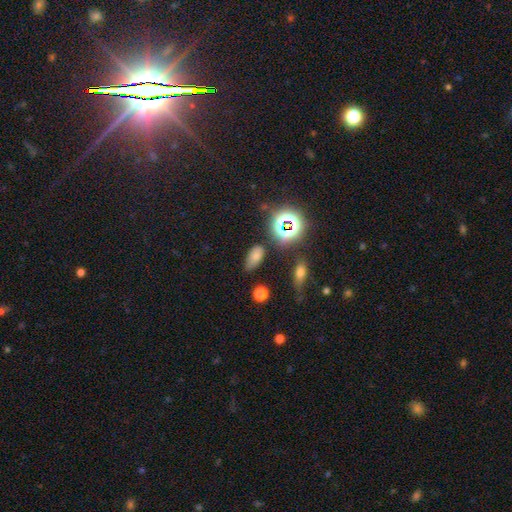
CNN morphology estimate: smooth-or-featured: smooth: 69% | star or artifact: 22% | featured or disk: 9%
  how-rounded: in between: 89% | round: 7% | cigar-shaped: 5%
  merging: none: 70% | minor disturbance: 20% | major disturbance: 6% | merger: 4%